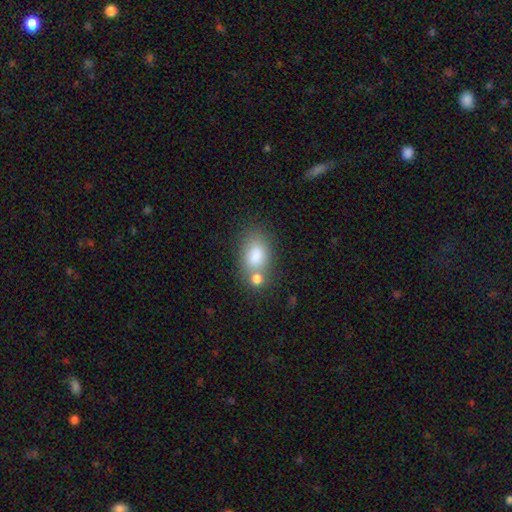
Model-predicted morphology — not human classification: A smooth galaxy with no disk features (81%) that is in between round and cigar-shaped (82%). Merging: none (50%).